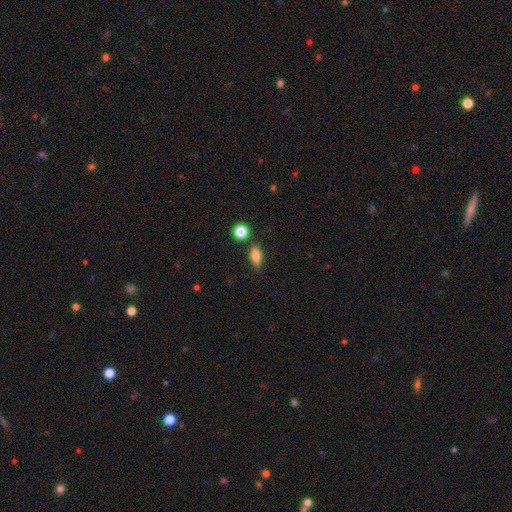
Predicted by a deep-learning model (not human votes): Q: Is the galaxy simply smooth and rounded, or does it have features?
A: smooth — 78%.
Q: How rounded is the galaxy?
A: in between — 73%.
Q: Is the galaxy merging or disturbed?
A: none — 74%.